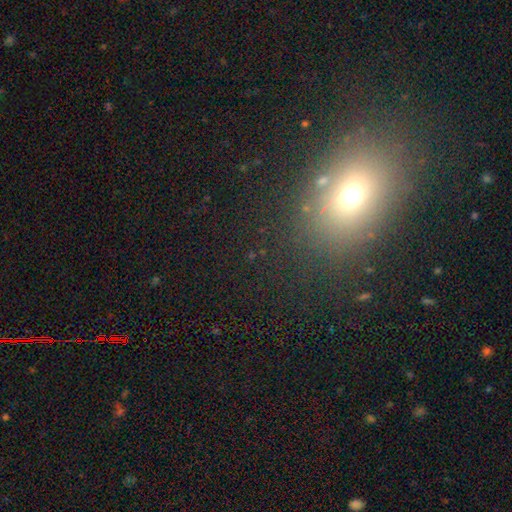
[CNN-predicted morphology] The model was most divided on "how rounded": in between: 58%, round: 40%, cigar-shaped: 2%. More confident: merging — none (83%); smooth or featured — smooth (59%).